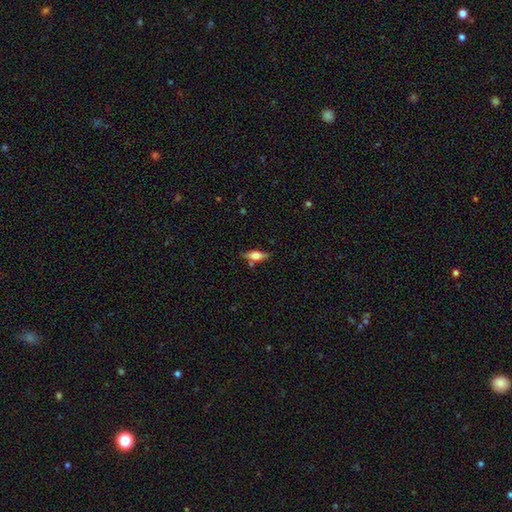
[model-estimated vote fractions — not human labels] Smooth or featured? smooth (54%)
How rounded? in between (57%)
Merging? none (75%)